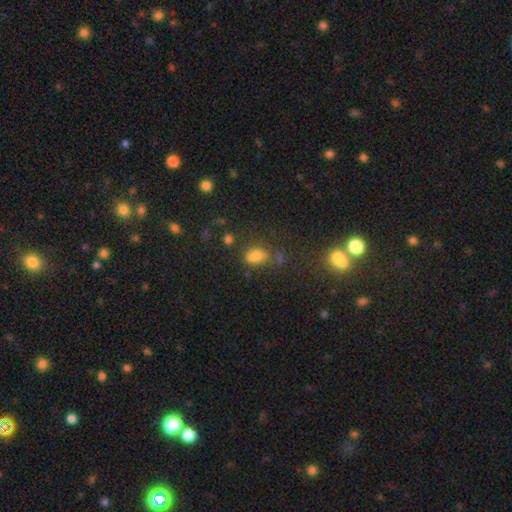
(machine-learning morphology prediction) A smooth galaxy with no disk features (66%) that is in between round and cigar-shaped (69%). Merging: none (44%).